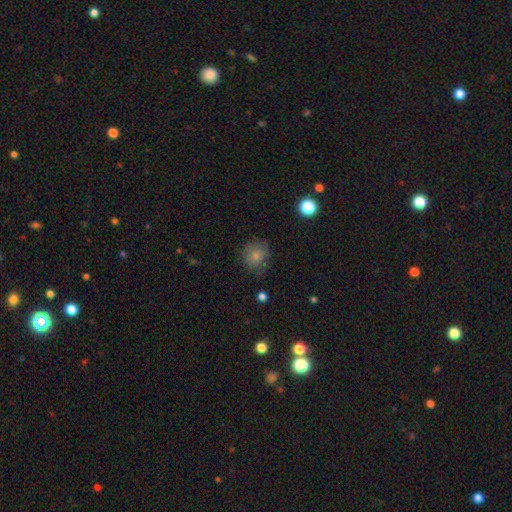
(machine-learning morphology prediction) A smooth galaxy with no disk features (80%) that is round (83%). Merging: none (76%).